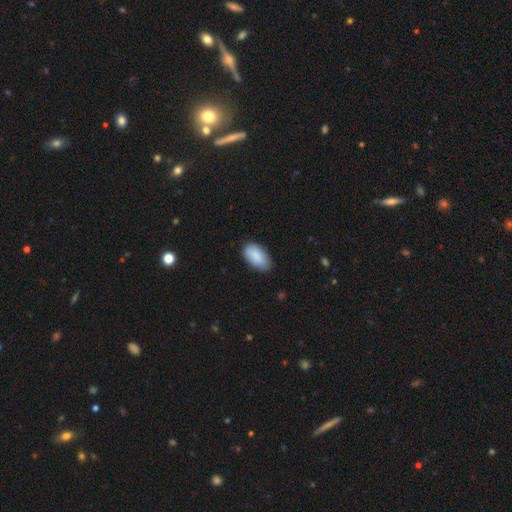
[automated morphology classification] Smooth or featured? Predicted: smooth (p=0.89). How rounded? Predicted: in between (p=0.95). Merging? Predicted: none (p=0.80).